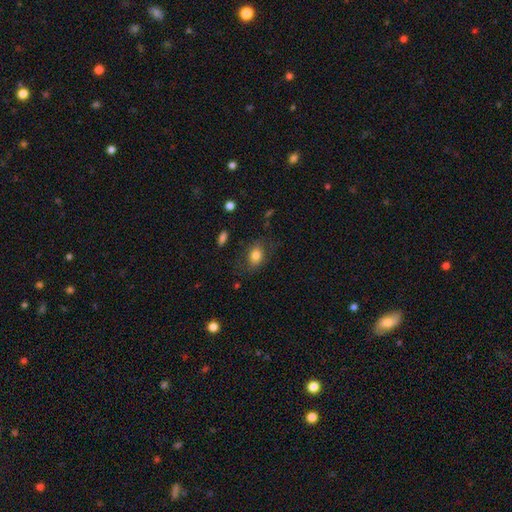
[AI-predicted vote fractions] Smooth or featured? smooth (78%)
How rounded? in between (68%)
Merging? none (71%)